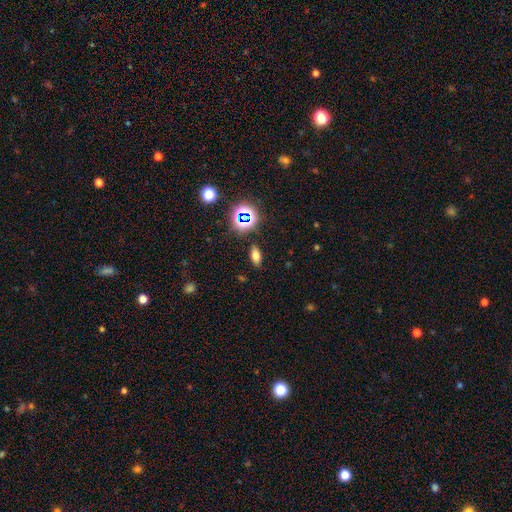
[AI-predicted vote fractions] smooth 66%, star or artifact 21%, featured or disk 12%. Down the decision tree: how rounded — in between (82%); merging — none (87%).